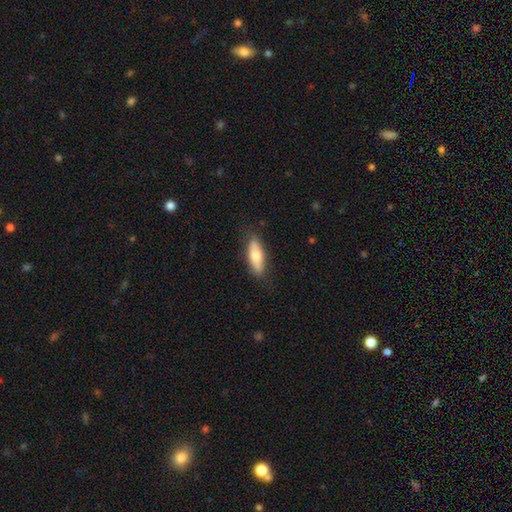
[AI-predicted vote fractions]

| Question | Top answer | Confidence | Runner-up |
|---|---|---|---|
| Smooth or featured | smooth | 67% | featured or disk (27%) |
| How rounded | in between | 57% | cigar-shaped (41%) |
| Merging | none | 82% | minor disturbance (14%) |